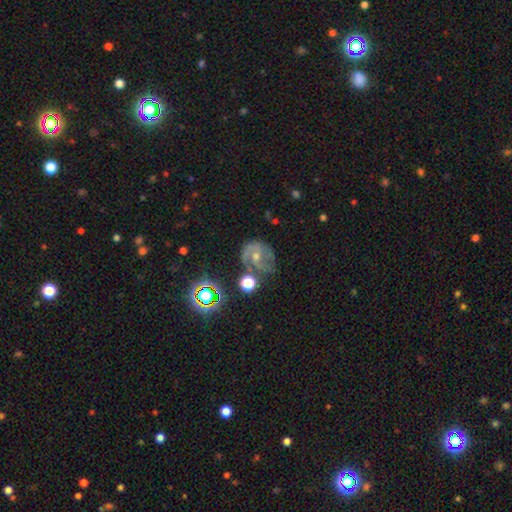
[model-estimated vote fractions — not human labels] A featured or disk galaxy (70%) with no bar (53%), 2 (50%) medium (47%) spiral arms (91%) and a moderate central bulge (50%).

Vote fractions:
- Smooth or featured? featured or disk: 70% / smooth: 16% / star or artifact: 14%
- Edge-on disk? no: 97% / yes: 3%
- Bar? no: 53% / weak: 36% / strong: 11%
- Spiral arms? yes: 91% / no: 9%
- Spiral winding? medium: 47% / tight: 37% / loose: 16%
- Spiral arm count? 2: 50% / 3: 18% / can't tell: 17% / 1: 9% / 4: 3% / more than 4: 3%
- Bulge size? moderate: 50% / small: 43% / none: 3% / large: 2% / dominant: 1%
- Merging? none: 54% / minor disturbance: 23% / major disturbance: 15% / merger: 7%